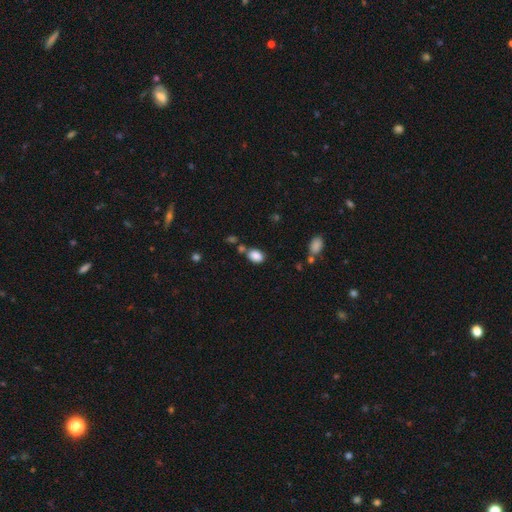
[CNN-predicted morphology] smooth 87%, star or artifact 9%, featured or disk 5%. Down the decision tree: how rounded — in between (79%); merging — none (65%).